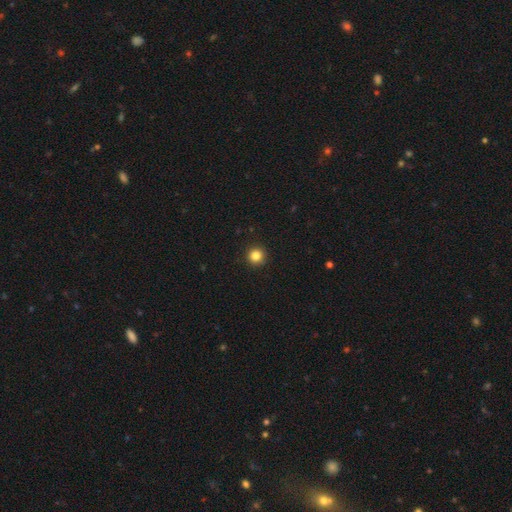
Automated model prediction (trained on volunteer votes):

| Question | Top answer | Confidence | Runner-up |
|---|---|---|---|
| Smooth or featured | smooth | 84% | star or artifact (11%) |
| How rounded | round | 96% | in between (3%) |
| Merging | none | 93% | minor disturbance (4%) |